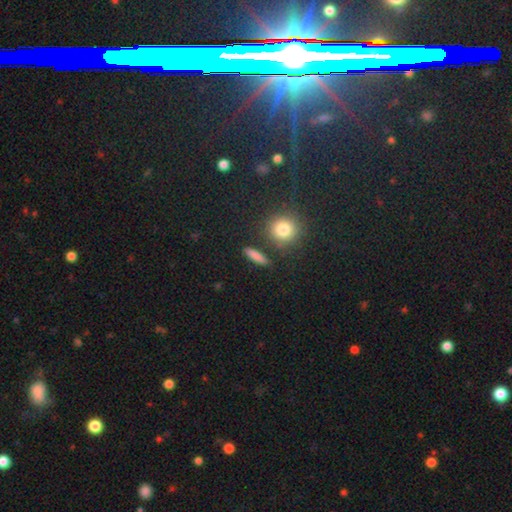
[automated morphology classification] This is clearly a smooth galaxy (81%). How rounded: likely cigar-shaped (67%). Merging: clearly none (85%).